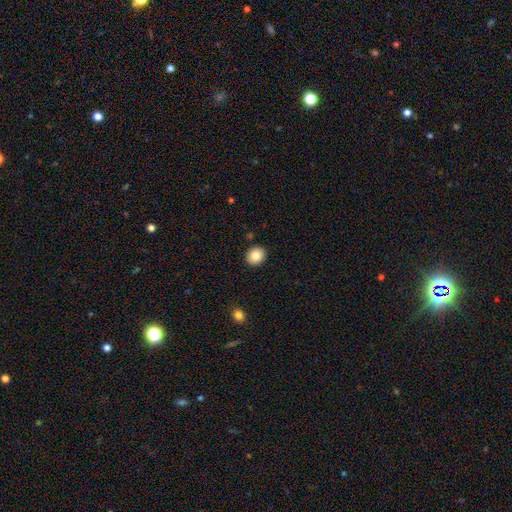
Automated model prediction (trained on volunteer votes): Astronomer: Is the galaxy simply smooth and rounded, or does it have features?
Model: smooth — 84%.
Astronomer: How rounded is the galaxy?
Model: round — 71%.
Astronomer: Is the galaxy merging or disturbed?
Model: none — 91%.